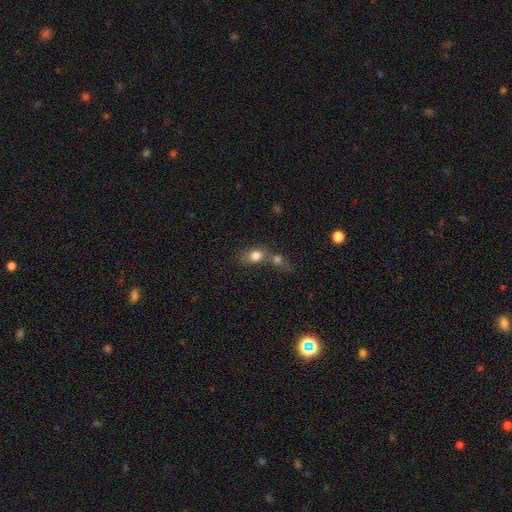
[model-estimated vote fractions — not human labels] Smooth or featured?
  - smooth: 79% *
  - featured or disk: 11%
  - star or artifact: 10%
How rounded?
  - in between: 67% *
  - round: 31%
  - cigar-shaped: 3%
Merging?
  - merger: 60% *
  - none: 27%
  - minor disturbance: 8%
  - major disturbance: 5%